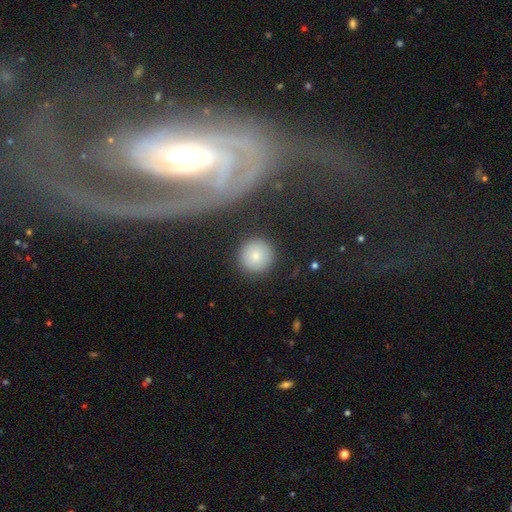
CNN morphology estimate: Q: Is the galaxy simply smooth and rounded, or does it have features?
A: smooth — 82%.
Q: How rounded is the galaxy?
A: round — 94%.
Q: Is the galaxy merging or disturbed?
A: none — 89%.